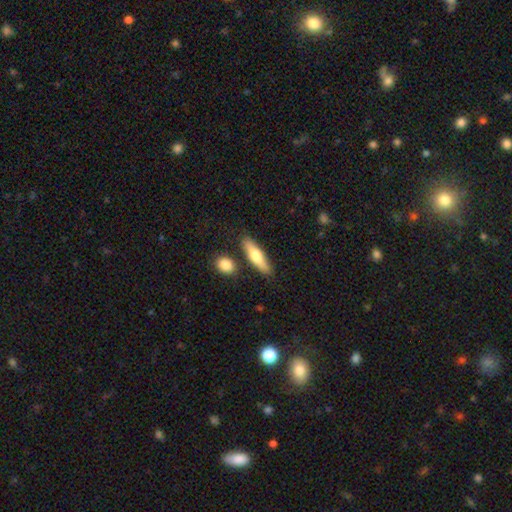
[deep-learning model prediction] This appears to be a smooth galaxy with no disk features (63%) that is cigar-shaped (63%). Merging: none (82%).